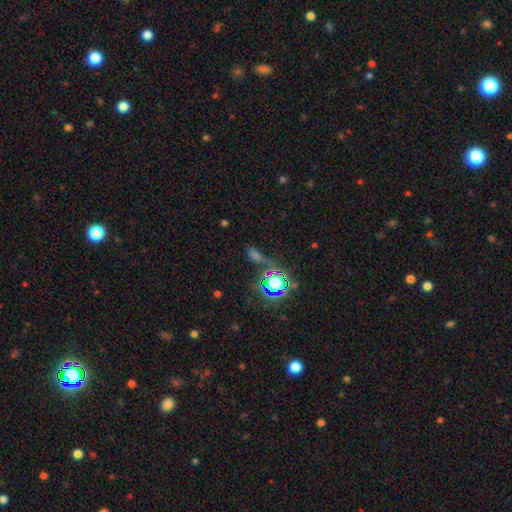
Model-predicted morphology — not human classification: Q: Smooth or featured?
A: star or artifact (54%); runner-up: smooth (35%)